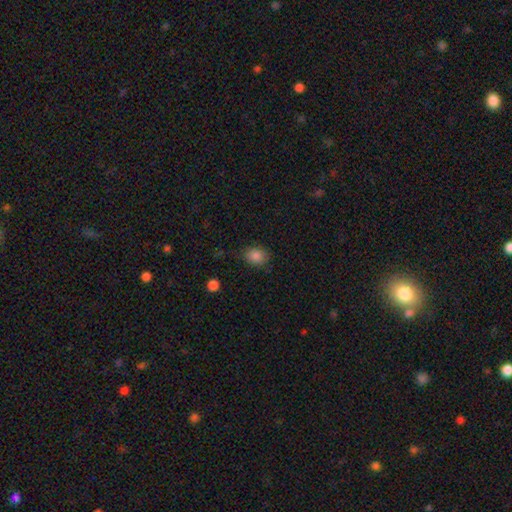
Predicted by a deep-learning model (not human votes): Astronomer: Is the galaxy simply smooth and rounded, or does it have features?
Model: smooth — 85%.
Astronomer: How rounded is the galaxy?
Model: in between — 53% (runner-up: round, 46%).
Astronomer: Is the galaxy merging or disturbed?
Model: none — 78%.